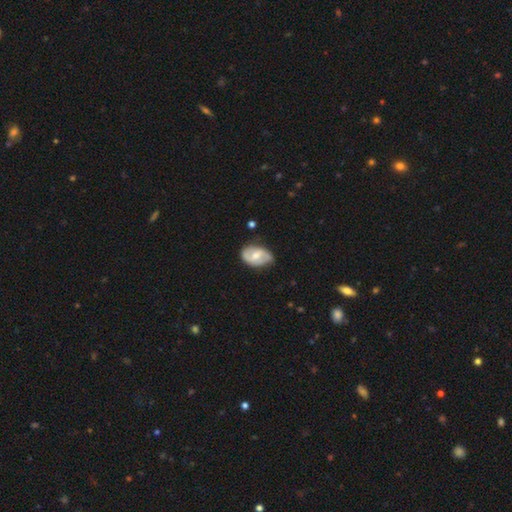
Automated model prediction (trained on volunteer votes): Smooth or featured: featured or disk — 61% (smooth — 33%)
Edge-on disk: no — 96% (yes — 4%)
Bar: weak — 46% (no — 41%)
Spiral arms: yes — 81% (no — 19%)
Bulge size: moderate — 61% (small — 32%)
Merging: none — 65% (minor disturbance — 27%)